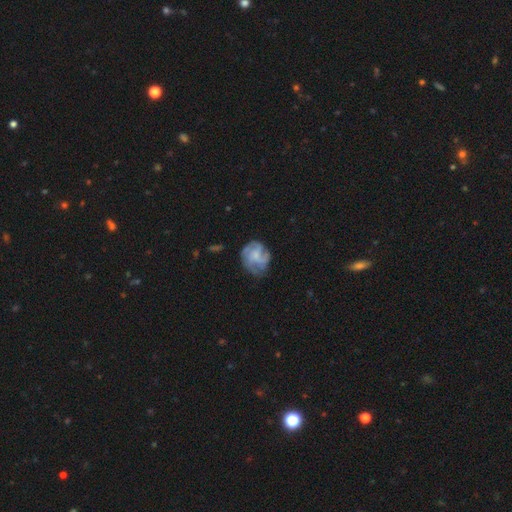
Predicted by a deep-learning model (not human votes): Smooth or featured? Predicted: featured or disk (p=0.64). Edge-on disk? Predicted: no (p=0.98). Bar? Predicted: no (p=0.71). Spiral arms? Predicted: yes (p=0.85). Spiral winding? Predicted: tight (p=0.42). Spiral arm count? Predicted: 3 (p=0.31). Bulge size? Predicted: none (p=0.34). Merging? Predicted: none (p=0.62).